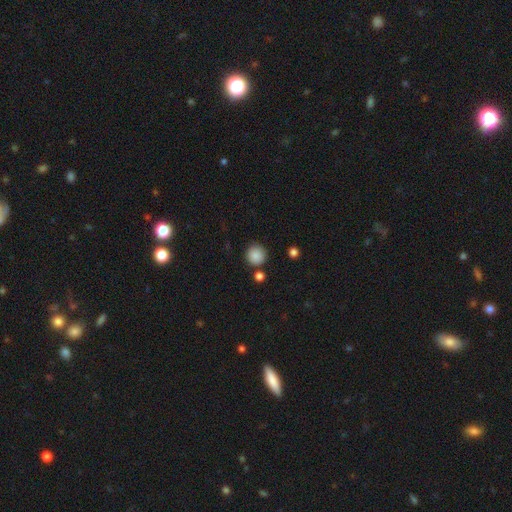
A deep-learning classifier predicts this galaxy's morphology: Q: Smooth or featured?
A: smooth (87%); runner-up: star or artifact (10%)
Q: How rounded?
A: round (93%); runner-up: in between (6%)
Q: Merging?
A: none (82%); runner-up: minor disturbance (9%)